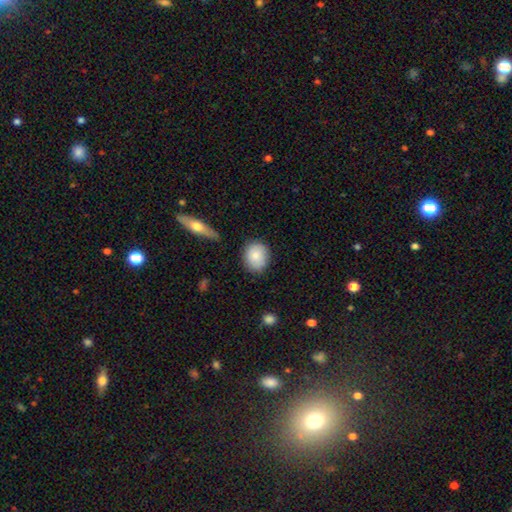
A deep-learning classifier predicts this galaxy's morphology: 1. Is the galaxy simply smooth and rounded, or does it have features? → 82% smooth, 11% featured or disk, 7% star or artifact.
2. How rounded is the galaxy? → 59% round, 39% in between, 1% cigar-shaped.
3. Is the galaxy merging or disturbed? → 81% none, 13% minor disturbance, 3% major disturbance, 3% merger.